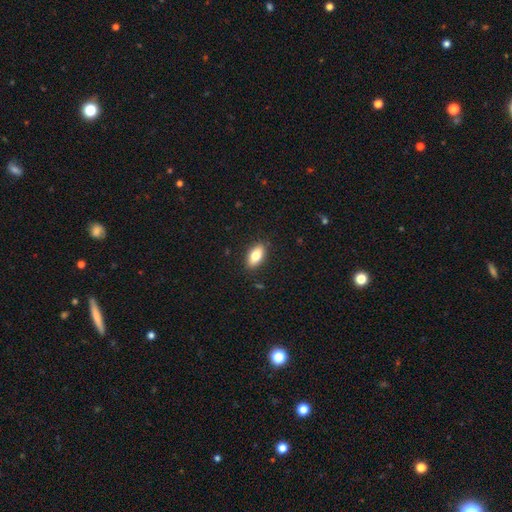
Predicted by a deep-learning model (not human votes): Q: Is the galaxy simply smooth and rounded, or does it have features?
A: smooth — 78%.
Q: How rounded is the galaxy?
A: in between — 88%.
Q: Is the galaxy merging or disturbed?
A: none — 88%.